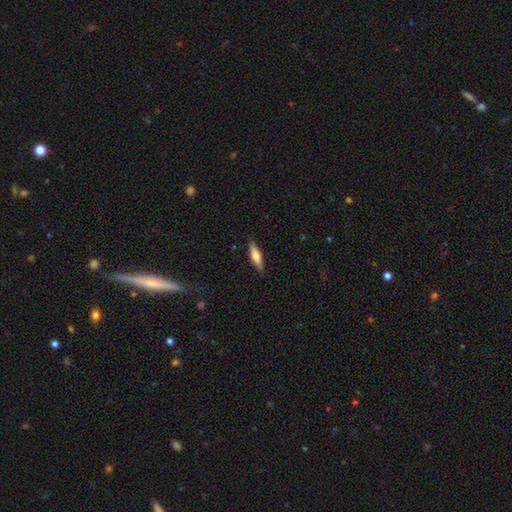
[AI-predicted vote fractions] Smooth or featured?
  - smooth: 57% *
  - featured or disk: 37%
  - star or artifact: 6%
How rounded?
  - cigar-shaped: 65% *
  - in between: 33%
  - round: 2%
Merging?
  - none: 87% *
  - minor disturbance: 9%
  - major disturbance: 2%
  - merger: 1%